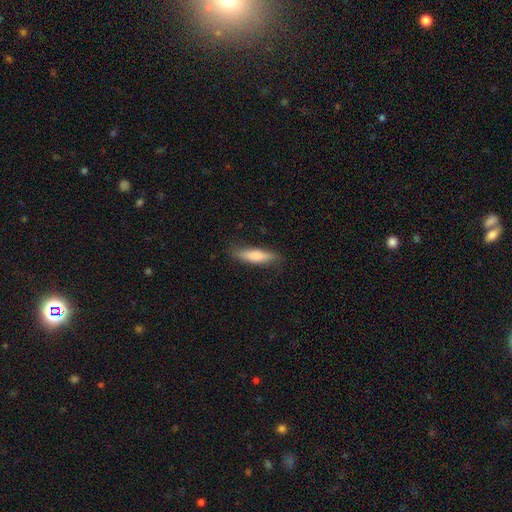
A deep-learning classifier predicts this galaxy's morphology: Overall: smooth (77%). How rounded: cigar-shaped (70%). Merging: none (80%).